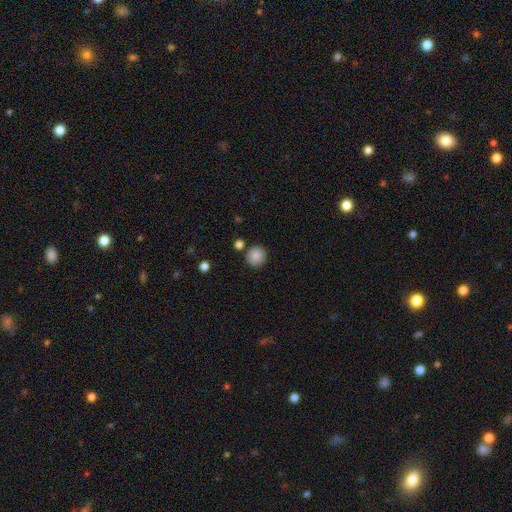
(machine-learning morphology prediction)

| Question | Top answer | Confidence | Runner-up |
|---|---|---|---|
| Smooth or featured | smooth | 86% | star or artifact (9%) |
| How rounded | round | 92% | in between (7%) |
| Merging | none | 86% | minor disturbance (7%) |